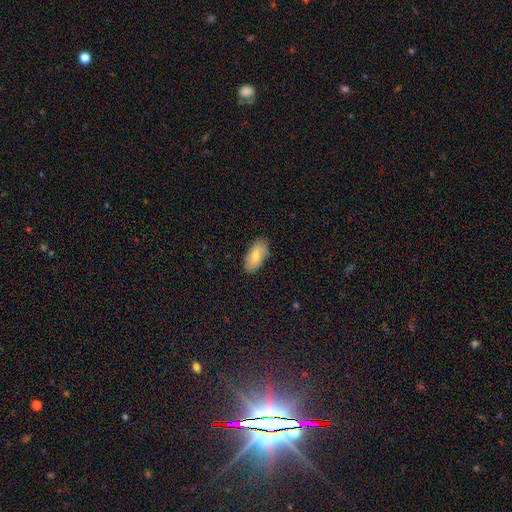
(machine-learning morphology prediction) Q: Smooth or featured?
A: smooth (79%); runner-up: featured or disk (15%)
Q: How rounded?
A: in between (93%); runner-up: cigar-shaped (5%)
Q: Merging?
A: none (86%); runner-up: minor disturbance (11%)